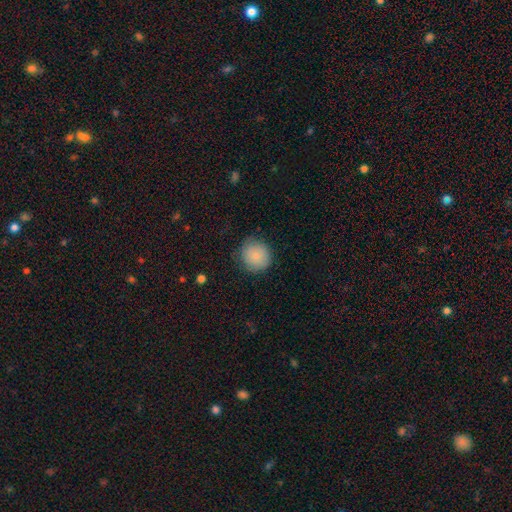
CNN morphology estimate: The model was most divided on "merging": none: 80%, minor disturbance: 15%, major disturbance: 4%, merger: 1%. More confident: how rounded — round (89%); smooth or featured — smooth (84%).